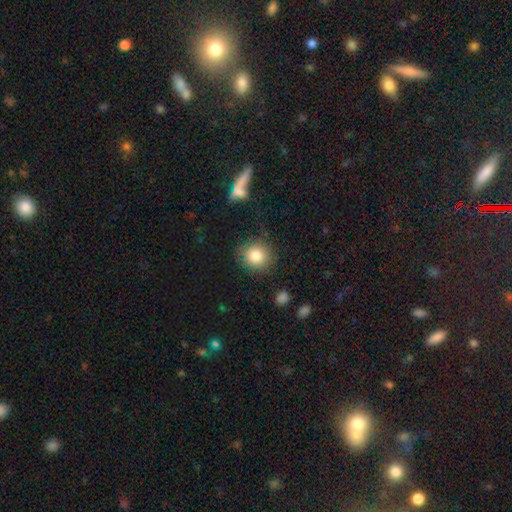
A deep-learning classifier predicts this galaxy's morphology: Q: Smooth or featured?
A: smooth (83%); runner-up: star or artifact (10%)
Q: How rounded?
A: round (85%); runner-up: in between (14%)
Q: Merging?
A: none (82%); runner-up: minor disturbance (12%)